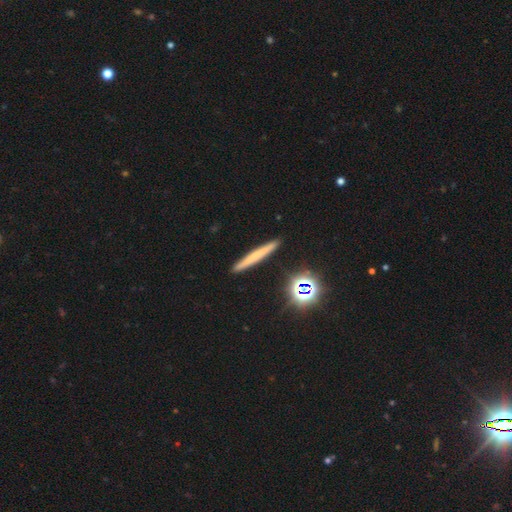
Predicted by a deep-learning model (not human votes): This appears to be a smooth galaxy with no disk features (56%) that is cigar-shaped (96%). Merging: none (92%).